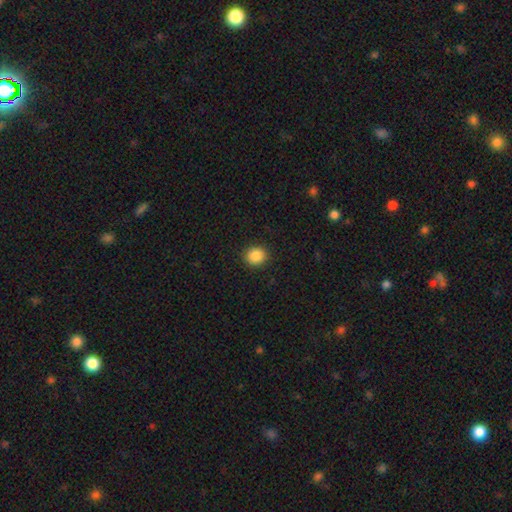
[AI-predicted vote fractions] A smooth galaxy with no disk features (87%) that is round (83%). Merging: none (91%).